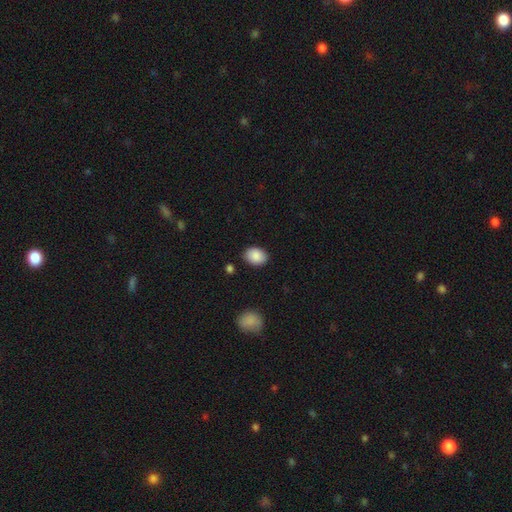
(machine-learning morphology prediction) Smooth or featured: smooth — 88% (star or artifact — 7%)
How rounded: in between — 71% (round — 28%)
Merging: none — 86% (minor disturbance — 10%)